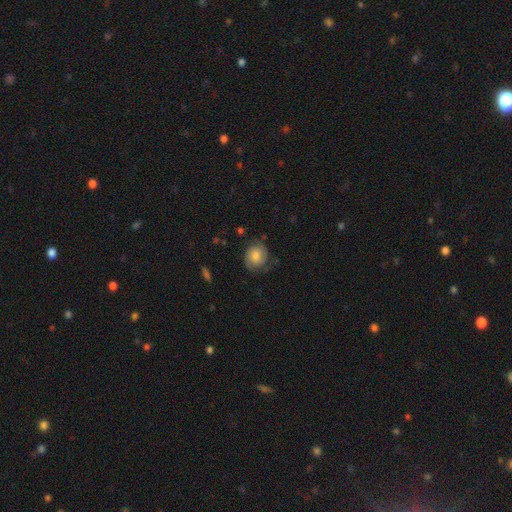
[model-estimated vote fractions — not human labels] Smooth or featured? featured or disk (50%)
Edge-on disk? no (97%)
Merging? none (63%)